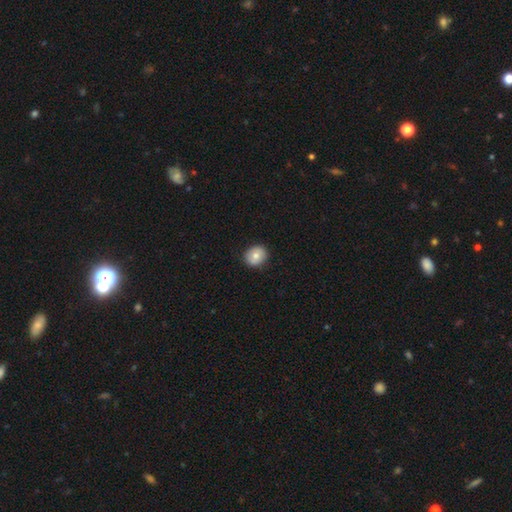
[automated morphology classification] smooth_or_featured: smooth (p=0.78) [alt: featured or disk p=0.14]
how_rounded: round (p=0.76) [alt: in between p=0.23]
merging: none (p=0.89) [alt: minor disturbance p=0.08]